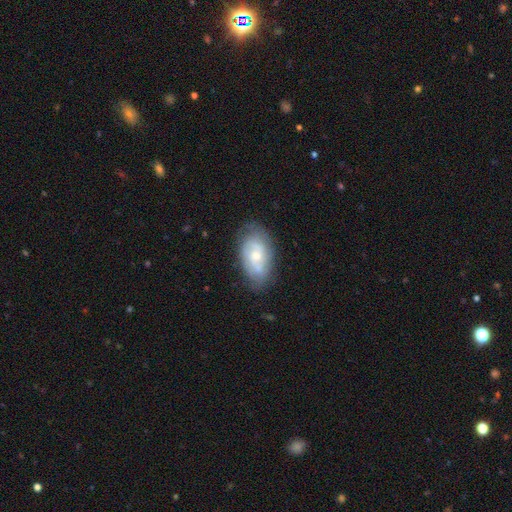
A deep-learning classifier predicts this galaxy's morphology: This is likely a featured or disk galaxy (61%). It is clearly not viewed edge-on (94%). Bar: likely no (62%). Spiral arm pattern: likely yes (79%). Central bulge: possibly moderate (49%). Merging: likely none (72%).